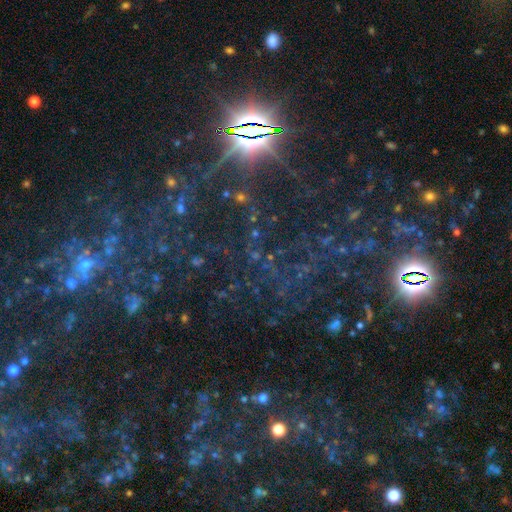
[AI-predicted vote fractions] Q: Smooth or featured?
A: star or artifact (79%); runner-up: smooth (11%)